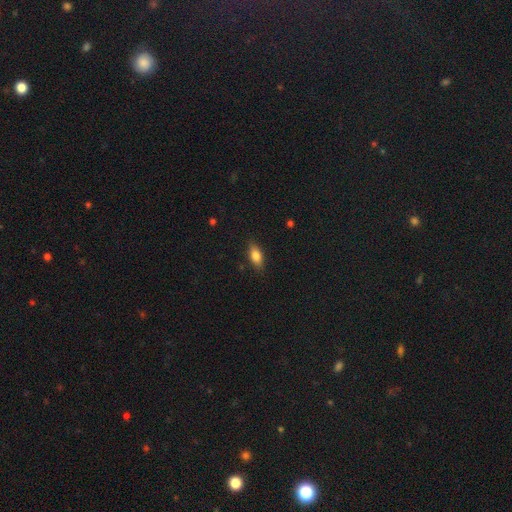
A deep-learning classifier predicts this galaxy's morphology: Smooth or featured? Predicted: smooth (p=0.77). How rounded? Predicted: in between (p=0.81). Merging? Predicted: none (p=0.85).